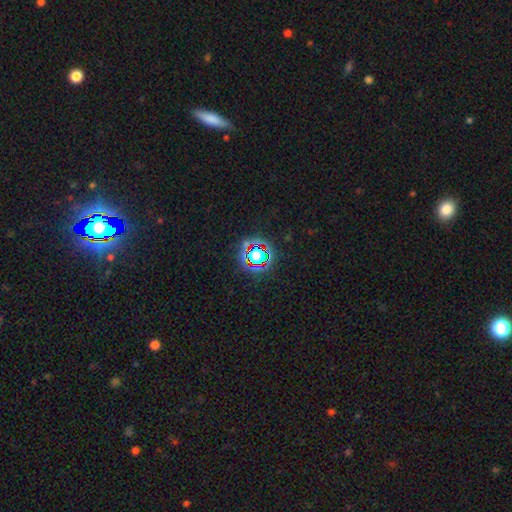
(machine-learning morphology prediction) Smooth or featured: star or artifact — 65% (smooth — 22%)